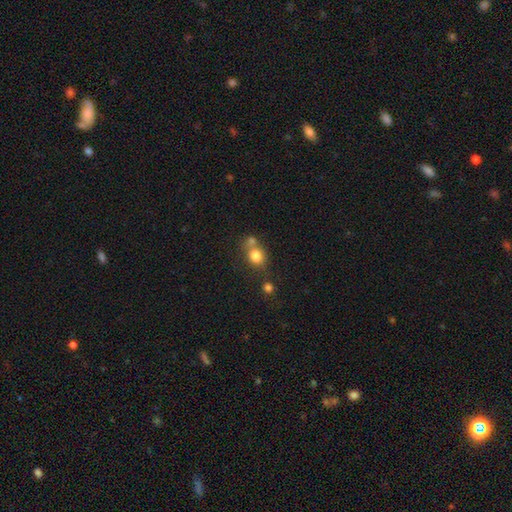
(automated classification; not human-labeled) Smooth or featured?
  - smooth: 79% *
  - star or artifact: 11%
  - featured or disk: 9%
How rounded?
  - round: 69% *
  - in between: 30%
  - cigar-shaped: 1%
Merging?
  - none: 49% *
  - merger: 34%
  - minor disturbance: 12%
  - major disturbance: 5%